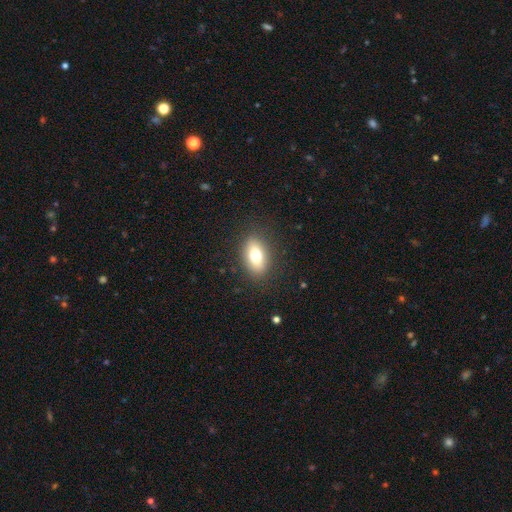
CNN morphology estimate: The model was most divided on "smooth or featured": smooth: 75%, featured or disk: 16%, star or artifact: 9%. More confident: merging — none (86%); how rounded — in between (85%).